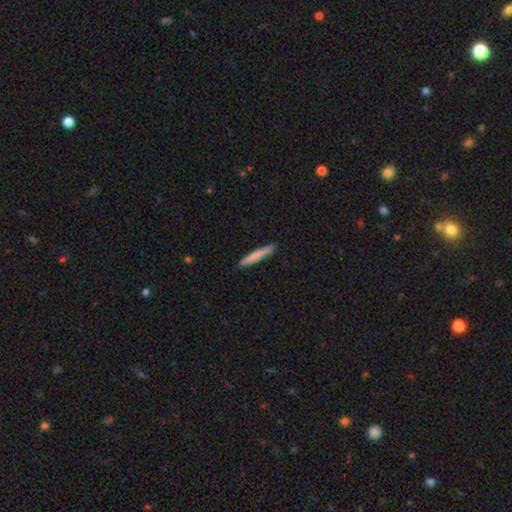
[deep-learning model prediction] Smooth or featured? smooth (77%)
How rounded? cigar-shaped (96%)
Merging? none (91%)